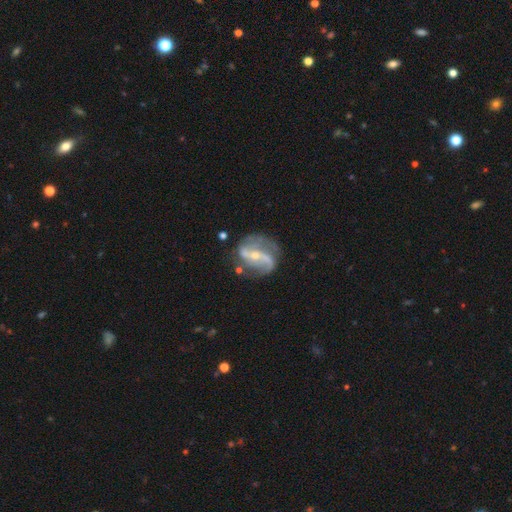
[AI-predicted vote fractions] This appears to be a featured or disk galaxy (87%) with a strong bar (39%), 2 (83%) loose (52%) spiral arms (94%) and a small central bulge (63%). Merging: none (62%).